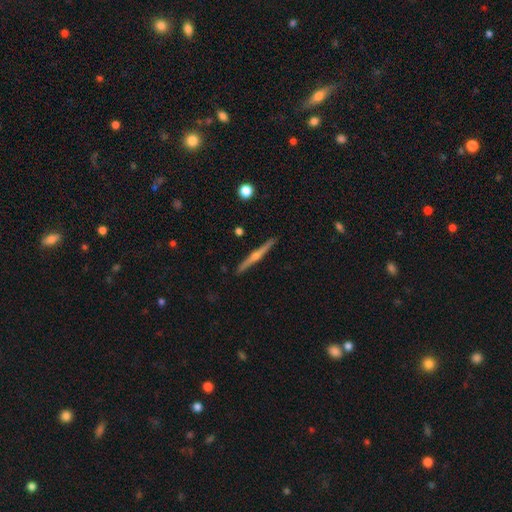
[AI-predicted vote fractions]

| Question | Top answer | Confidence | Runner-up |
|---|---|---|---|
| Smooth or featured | featured or disk | 77% | smooth (17%) |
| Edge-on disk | yes | 98% | no (2%) |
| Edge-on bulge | rounded | 90% | none (7%) |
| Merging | none | 92% | minor disturbance (6%) |